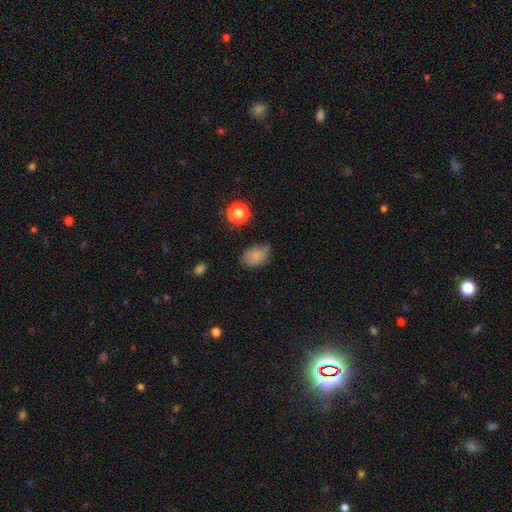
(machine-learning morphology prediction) Smooth or featured?
  - smooth: 80% *
  - star or artifact: 12%
  - featured or disk: 8%
How rounded?
  - in between: 82% *
  - round: 16%
  - cigar-shaped: 1%
Merging?
  - none: 55% *
  - minor disturbance: 34%
  - major disturbance: 8%
  - merger: 2%